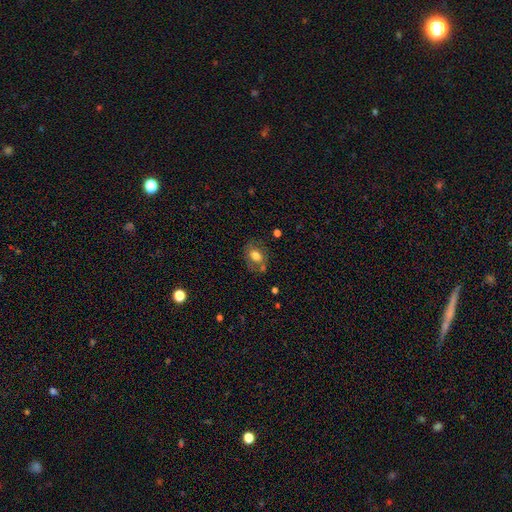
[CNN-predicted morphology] smooth_or_featured: smooth (p=0.66) [alt: featured or disk p=0.25]
how_rounded: in between (p=0.68) [alt: round p=0.30]
merging: none (p=0.65) [alt: minor disturbance p=0.20]